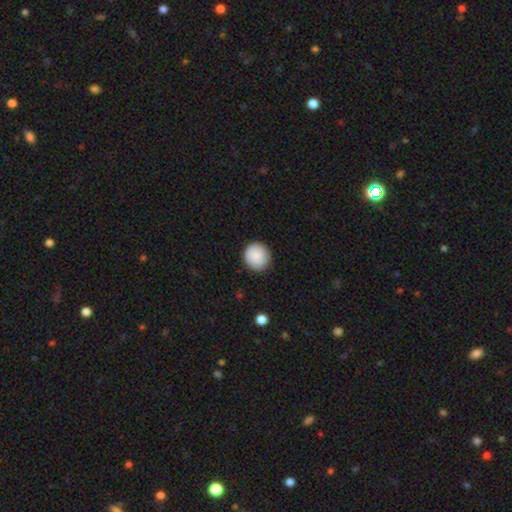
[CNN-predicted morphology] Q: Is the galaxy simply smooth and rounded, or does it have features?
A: smooth — 88%.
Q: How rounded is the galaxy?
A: round — 93%.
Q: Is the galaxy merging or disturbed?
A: none — 89%.